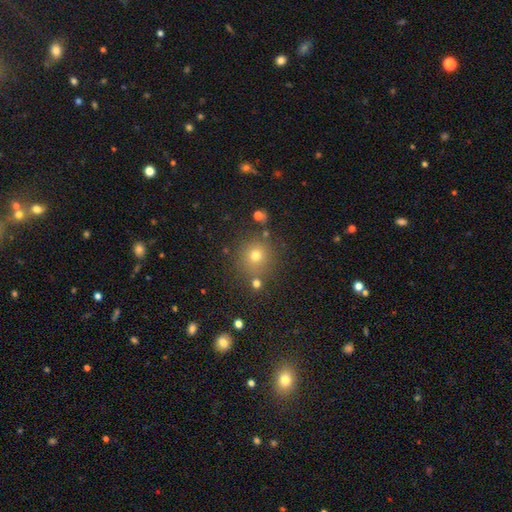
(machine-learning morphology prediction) Smooth or featured? Predicted: smooth (p=0.72). How rounded? Predicted: round (p=0.92). Merging? Predicted: none (p=0.80).